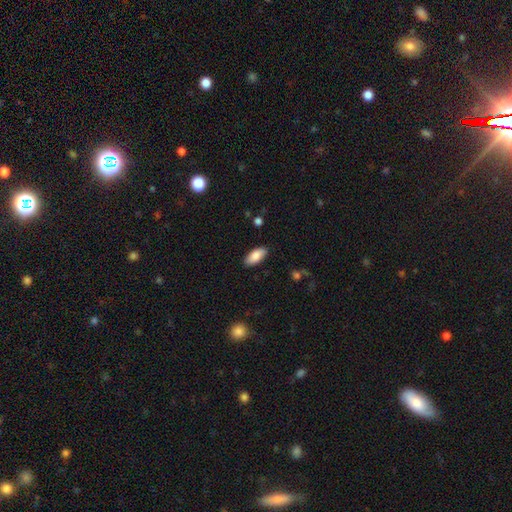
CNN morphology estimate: This is clearly a smooth galaxy (85%). How rounded: clearly in between (90%). Merging: clearly none (87%).